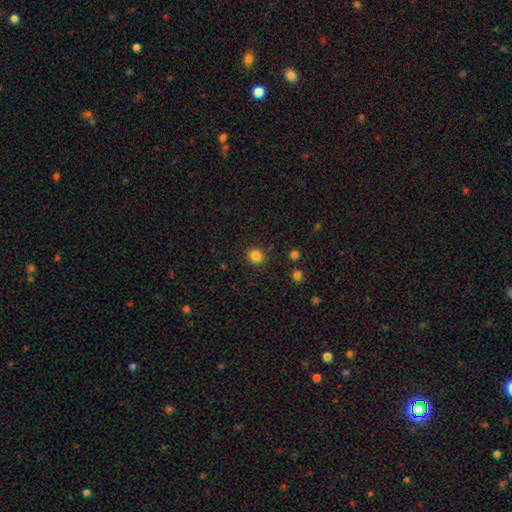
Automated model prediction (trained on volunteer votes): Q: Smooth or featured?
A: smooth (84%); runner-up: star or artifact (12%)
Q: How rounded?
A: round (87%); runner-up: in between (12%)
Q: Merging?
A: none (89%); runner-up: minor disturbance (7%)